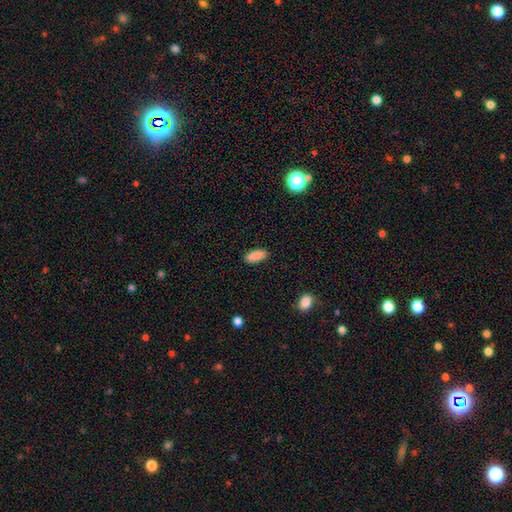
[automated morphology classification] smooth 88%, star or artifact 7%, featured or disk 5%. Down the decision tree: how rounded — in between (79%); merging — none (88%).